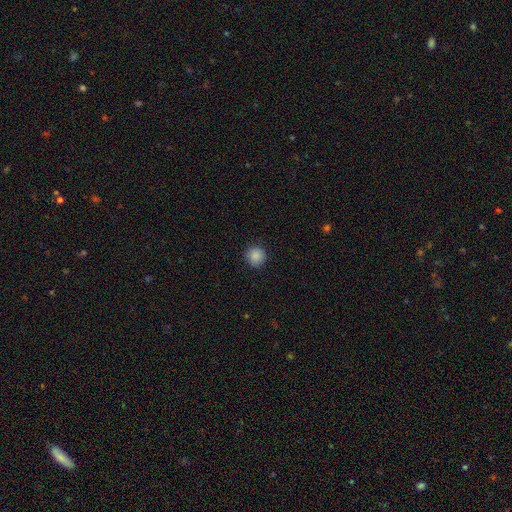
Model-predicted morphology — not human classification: Smooth or featured? smooth (88%)
How rounded? round (94%)
Merging? none (91%)